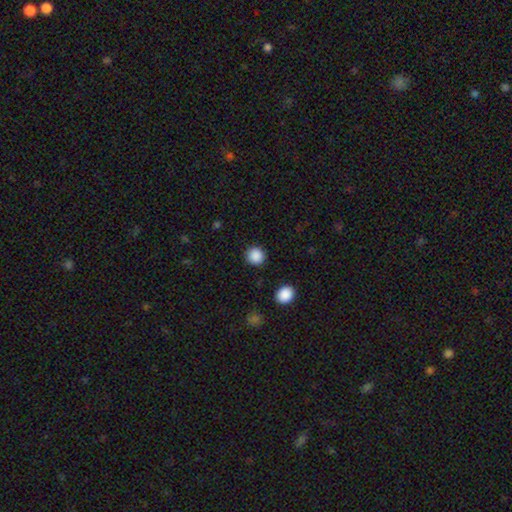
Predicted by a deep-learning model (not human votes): Smooth or featured?
  - smooth: 88% *
  - star or artifact: 9%
  - featured or disk: 3%
How rounded?
  - round: 92% *
  - in between: 7%
  - cigar-shaped: 1%
Merging?
  - none: 90% *
  - minor disturbance: 6%
  - major disturbance: 2%
  - merger: 2%